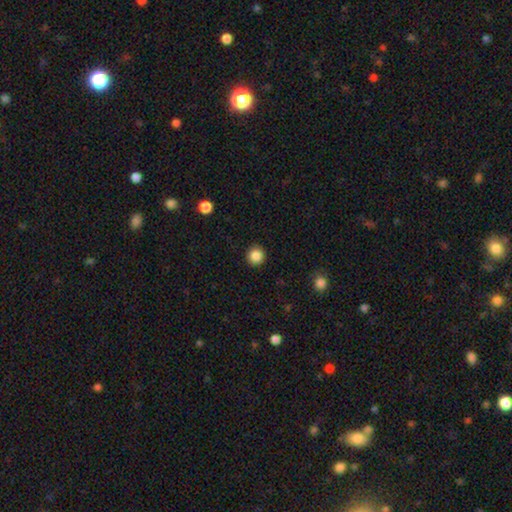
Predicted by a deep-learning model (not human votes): Q: Smooth or featured?
A: smooth (87%); runner-up: star or artifact (10%)
Q: How rounded?
A: round (95%); runner-up: in between (5%)
Q: Merging?
A: none (92%); runner-up: minor disturbance (5%)